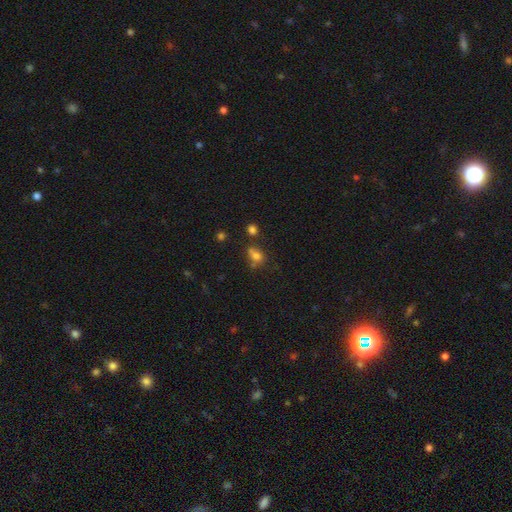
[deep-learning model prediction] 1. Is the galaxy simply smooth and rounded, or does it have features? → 72% smooth, 16% star or artifact, 12% featured or disk.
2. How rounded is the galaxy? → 53% in between, 45% round, 2% cigar-shaped.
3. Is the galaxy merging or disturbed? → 43% none, 27% merger, 20% minor disturbance, 10% major disturbance.